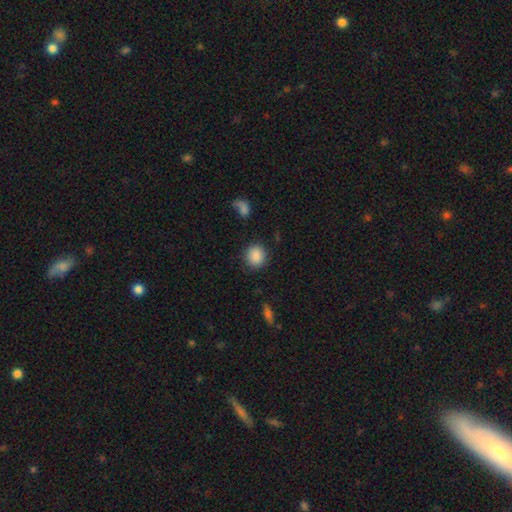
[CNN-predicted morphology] This is clearly a smooth galaxy (88%). How rounded: likely round (76%). Merging: clearly none (85%).